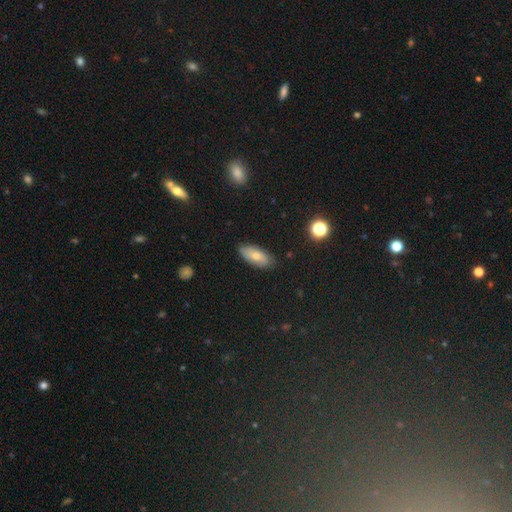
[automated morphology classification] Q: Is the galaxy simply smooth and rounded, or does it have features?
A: smooth — 73%.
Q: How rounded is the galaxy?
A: in between — 87%.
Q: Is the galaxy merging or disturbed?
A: none — 84%.